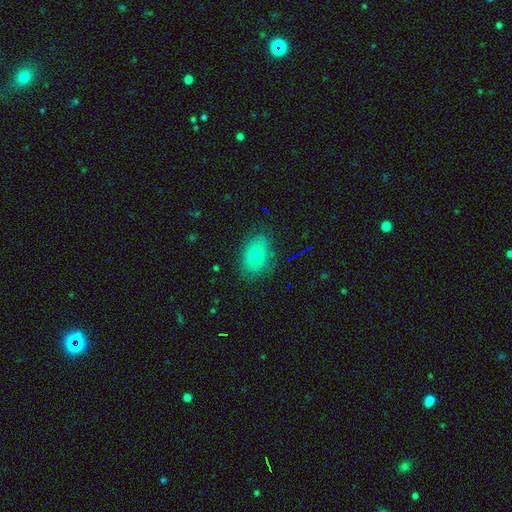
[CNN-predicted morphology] Overall: smooth (68%). How rounded: in between (80%). Merging: none (77%).